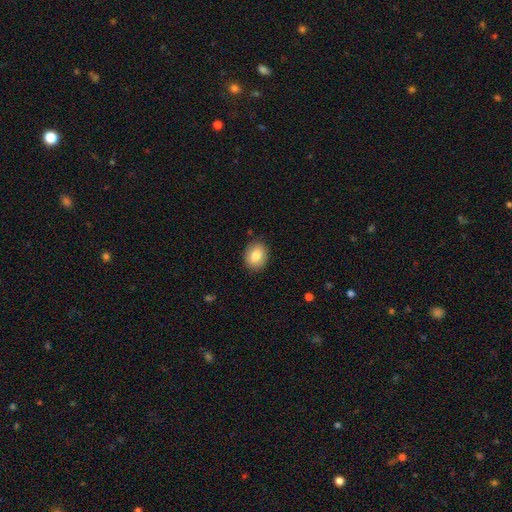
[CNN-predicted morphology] Smooth or featured?
  - smooth: 83% *
  - featured or disk: 9%
  - star or artifact: 8%
How rounded?
  - in between: 53% *
  - round: 46%
  - cigar-shaped: 1%
Merging?
  - none: 88% *
  - minor disturbance: 9%
  - major disturbance: 2%
  - merger: 1%